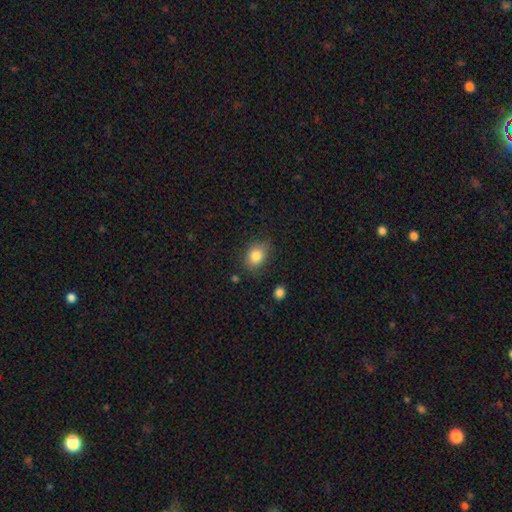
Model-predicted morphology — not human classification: Q: Smooth or featured?
A: smooth (82%); runner-up: star or artifact (9%)
Q: How rounded?
A: in between (64%); runner-up: round (34%)
Q: Merging?
A: none (77%); runner-up: minor disturbance (17%)